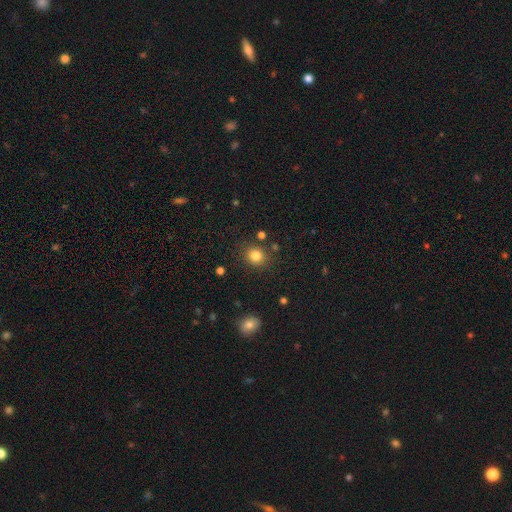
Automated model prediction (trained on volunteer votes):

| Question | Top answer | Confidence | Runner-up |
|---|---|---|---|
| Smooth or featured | smooth | 82% | star or artifact (13%) |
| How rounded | round | 78% | in between (21%) |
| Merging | none | 84% | minor disturbance (9%) |